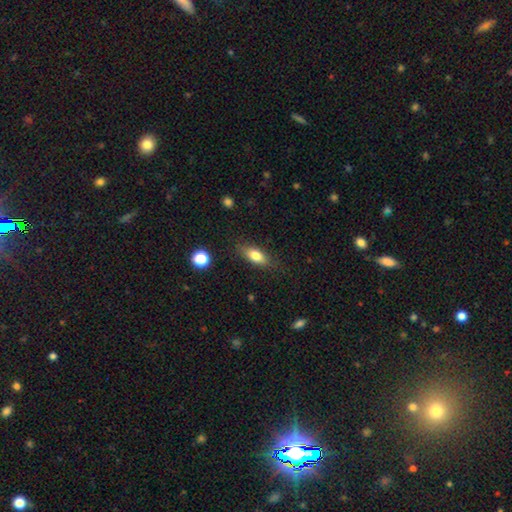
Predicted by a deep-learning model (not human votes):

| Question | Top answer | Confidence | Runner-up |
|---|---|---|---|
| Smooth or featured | smooth | 77% | featured or disk (15%) |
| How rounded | in between | 76% | cigar-shaped (19%) |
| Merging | none | 81% | minor disturbance (14%) |